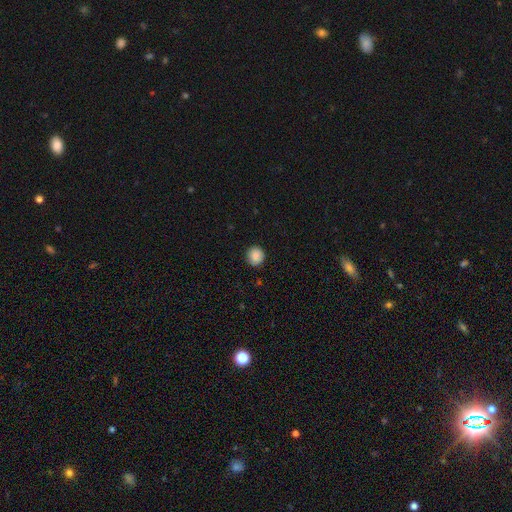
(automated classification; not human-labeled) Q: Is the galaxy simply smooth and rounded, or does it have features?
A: smooth — 88%.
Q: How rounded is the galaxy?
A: round — 93%.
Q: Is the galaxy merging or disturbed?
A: none — 90%.